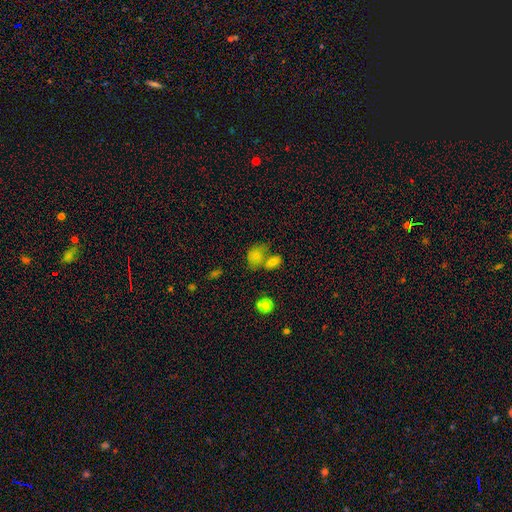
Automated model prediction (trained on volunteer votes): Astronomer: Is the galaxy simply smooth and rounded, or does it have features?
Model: smooth — 74%.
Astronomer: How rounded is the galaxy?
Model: in between — 62%.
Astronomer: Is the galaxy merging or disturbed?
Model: merger — 49% (runner-up: none, 31%).